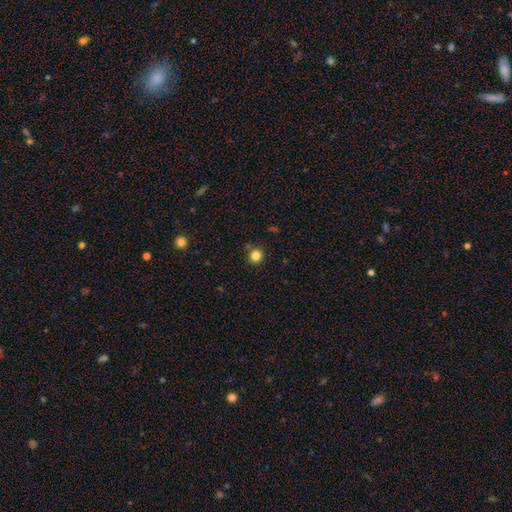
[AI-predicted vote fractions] The model was most divided on "smooth or featured": smooth: 83%, star or artifact: 12%, featured or disk: 4%. More confident: how rounded — round (93%); merging — none (89%).